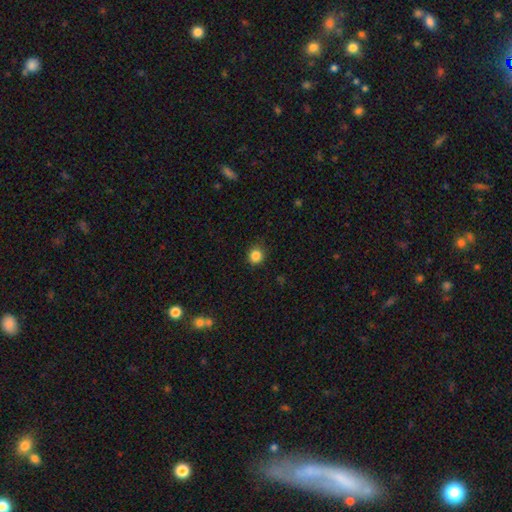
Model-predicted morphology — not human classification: A smooth galaxy with no disk features (85%) that is round (88%). Merging: none (88%).